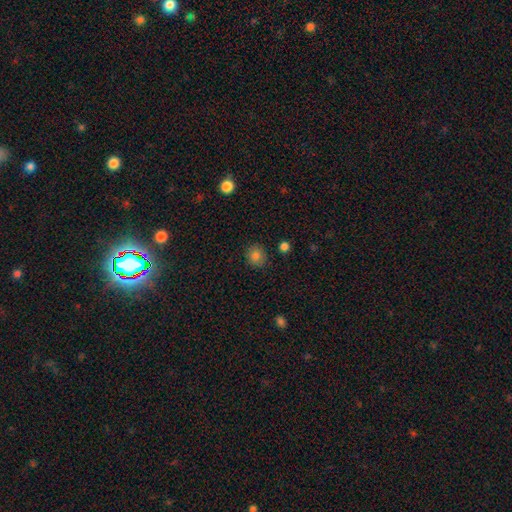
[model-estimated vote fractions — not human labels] smooth_or_featured: smooth (p=0.82) [alt: star or artifact p=0.11]
how_rounded: round (p=0.84) [alt: in between p=0.15]
merging: none (p=0.88) [alt: minor disturbance p=0.08]